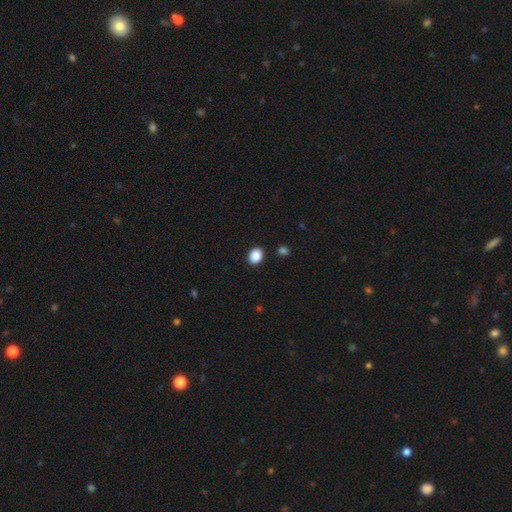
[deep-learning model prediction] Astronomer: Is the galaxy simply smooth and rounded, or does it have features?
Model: smooth — 89%.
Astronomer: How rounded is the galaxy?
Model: in between — 58% (runner-up: round, 41%).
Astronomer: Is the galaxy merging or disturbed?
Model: none — 88%.